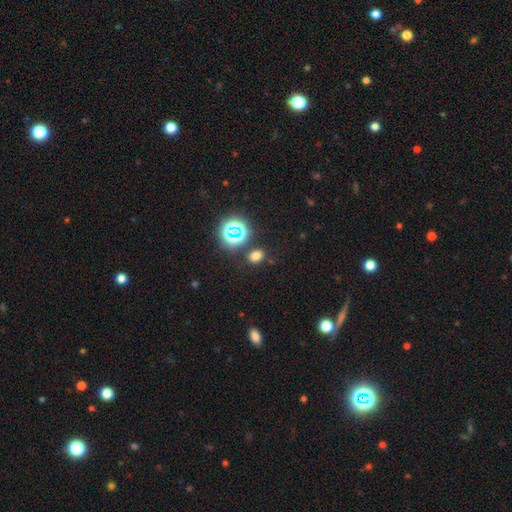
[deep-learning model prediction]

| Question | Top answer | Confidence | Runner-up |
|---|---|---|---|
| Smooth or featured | smooth | 69% | star or artifact (25%) |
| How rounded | in between | 59% | round (40%) |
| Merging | none | 82% | minor disturbance (9%) |